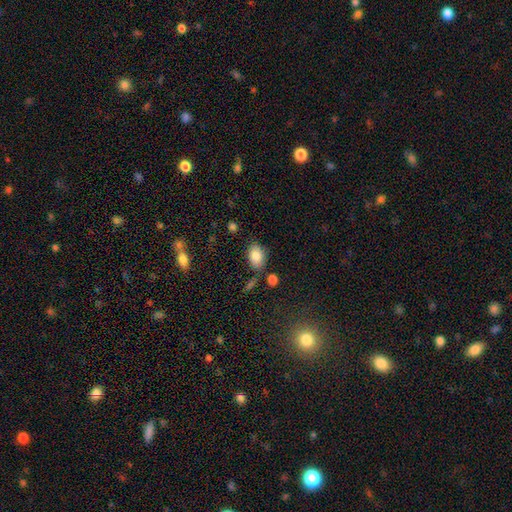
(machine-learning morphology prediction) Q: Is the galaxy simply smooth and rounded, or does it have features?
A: smooth — 85%.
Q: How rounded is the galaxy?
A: in between — 89%.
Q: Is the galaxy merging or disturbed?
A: none — 72%.